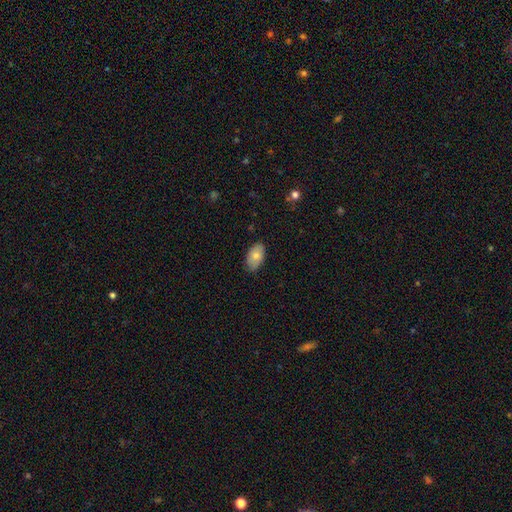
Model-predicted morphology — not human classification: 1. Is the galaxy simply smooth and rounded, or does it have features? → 75% smooth, 18% featured or disk, 7% star or artifact.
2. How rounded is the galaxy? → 93% in between, 6% round, 2% cigar-shaped.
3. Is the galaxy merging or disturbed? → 81% none, 16% minor disturbance, 2% major disturbance, 1% merger.